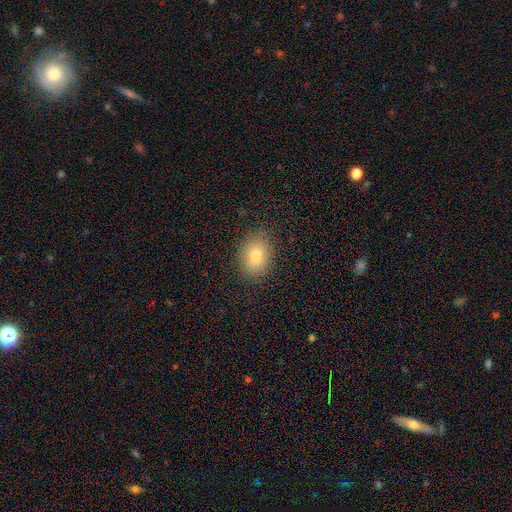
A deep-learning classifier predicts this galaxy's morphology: Smooth or featured: smooth — 77% (featured or disk — 13%)
How rounded: in between — 62% (round — 37%)
Merging: none — 86% (minor disturbance — 10%)